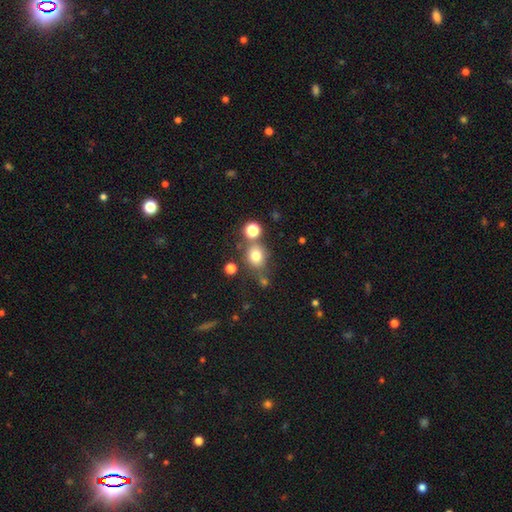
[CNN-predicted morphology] A smooth galaxy with no disk features (76%) that is round (75%). Merging: none (65%).